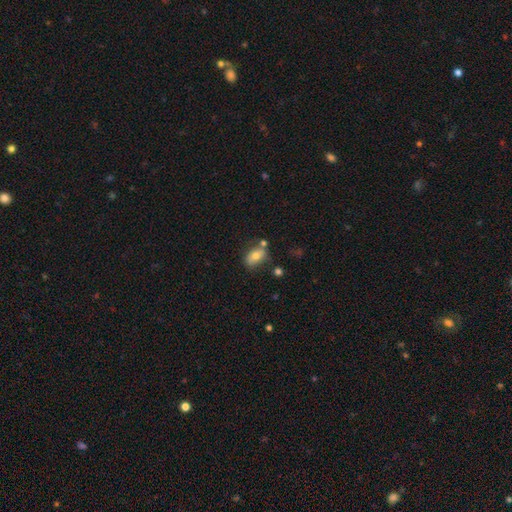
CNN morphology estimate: type=smooth (69%); roundness=in between (85%); merging=none (62%).